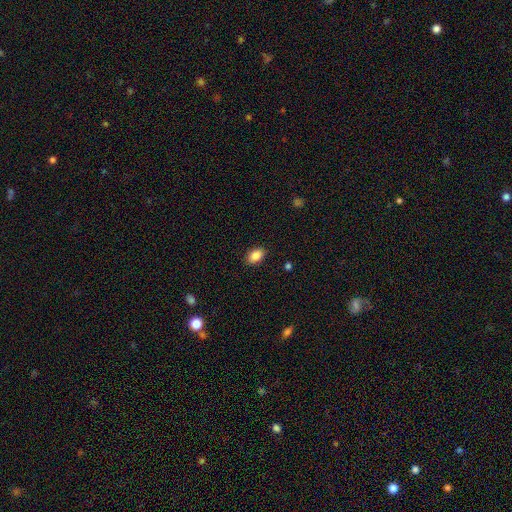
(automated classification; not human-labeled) This appears to be a smooth galaxy with no disk features (86%) that is in between round and cigar-shaped (84%). Merging: none (88%).